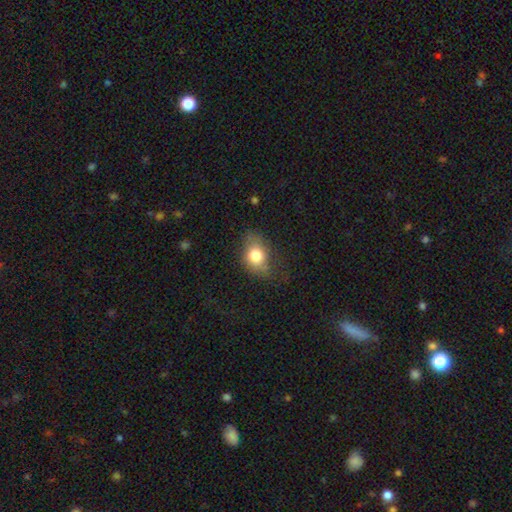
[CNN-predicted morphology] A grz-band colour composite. It shows a smooth galaxy with no disk features (77%) that is in between round and cigar-shaped (64%). Merging: none (59%).